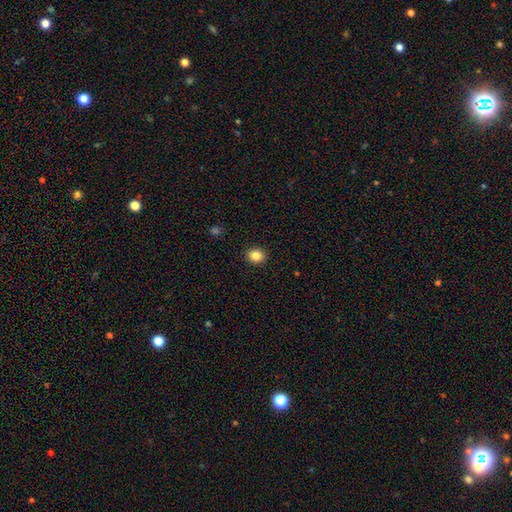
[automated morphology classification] smooth 85%, star or artifact 10%, featured or disk 5%. Down the decision tree: how rounded — round (74%); merging — none (92%).